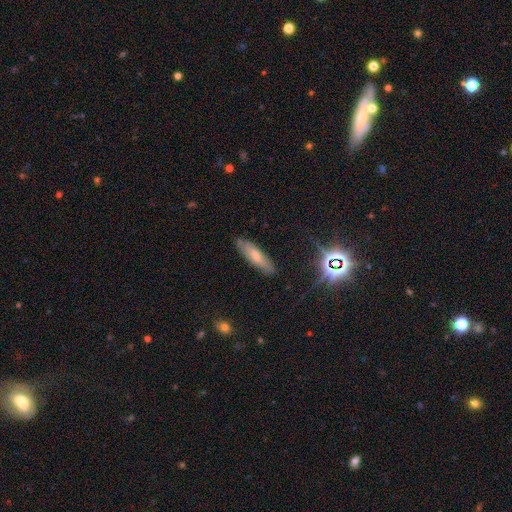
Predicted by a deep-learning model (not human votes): A smooth galaxy with no disk features (59%) that is cigar-shaped (62%). Merging: none (82%).